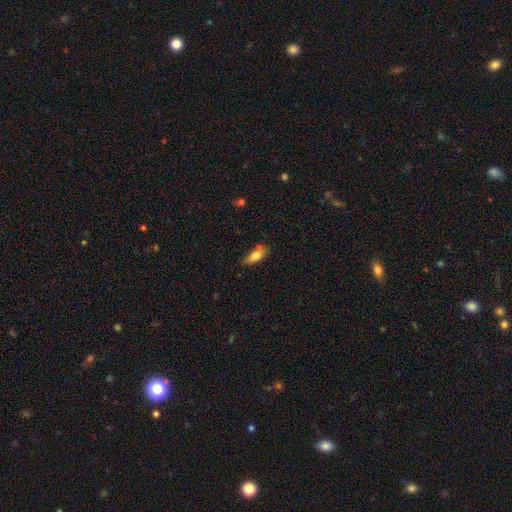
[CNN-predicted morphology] Smooth or featured: smooth — 74% (featured or disk — 19%)
How rounded: in between — 78% (cigar-shaped — 18%)
Merging: none — 61% (minor disturbance — 24%)